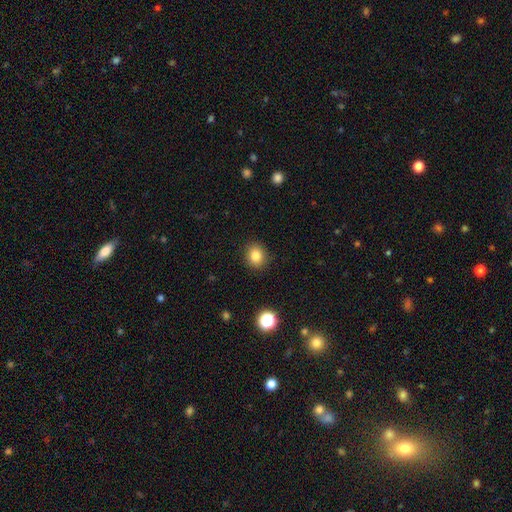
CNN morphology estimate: This appears to be a smooth galaxy with no disk features (84%) that is round (65%). Merging: none (88%).